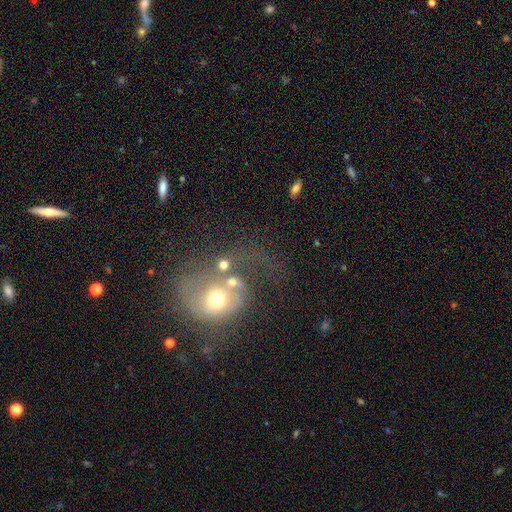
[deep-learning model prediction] Overall: featured or disk (52%; smooth 34%). Edge-on disk: no (96%). Merging: merger (42%; major disturbance 26%).